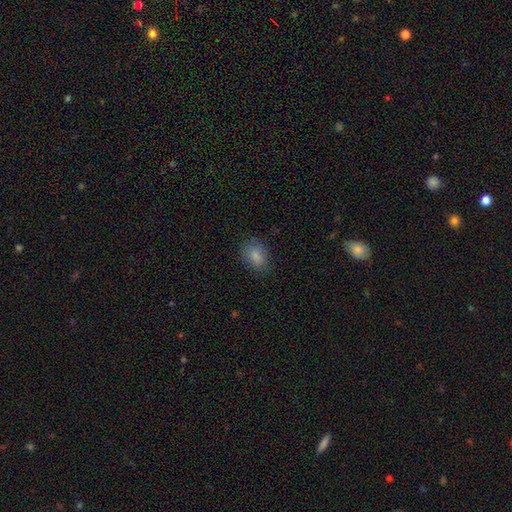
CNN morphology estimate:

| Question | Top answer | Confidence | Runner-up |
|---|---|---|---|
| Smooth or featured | smooth | 84% | star or artifact (9%) |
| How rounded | in between | 76% | round (23%) |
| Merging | none | 76% | minor disturbance (18%) |